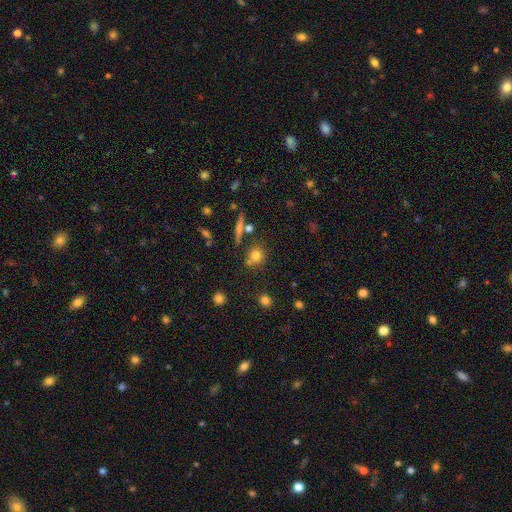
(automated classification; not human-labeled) A smooth galaxy with no disk features (74%) that is round (85%). Merging: none (64%).